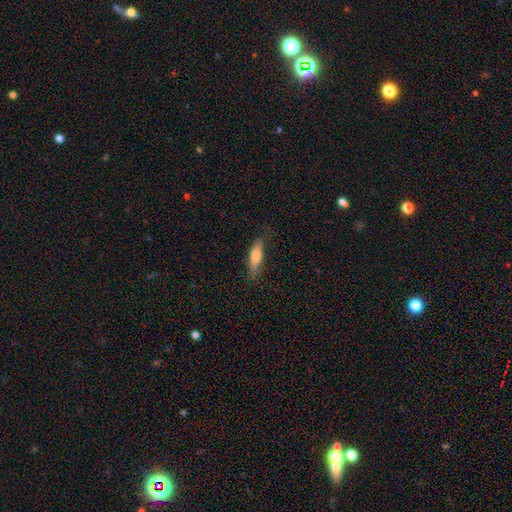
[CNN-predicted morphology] This appears to be a smooth galaxy with no disk features (75%) that is in between round and cigar-shaped (52%). Merging: none (70%).